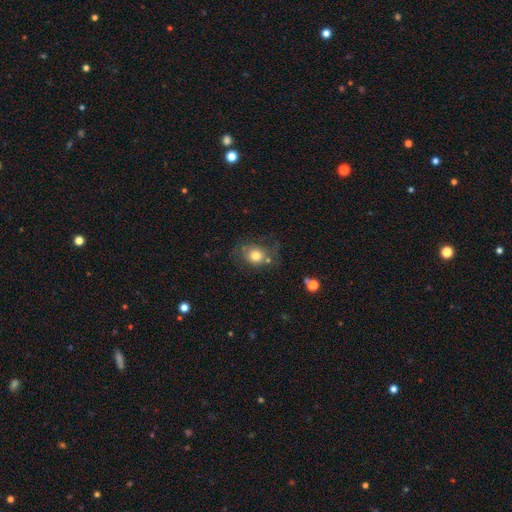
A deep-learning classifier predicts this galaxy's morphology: type=smooth (71%); roundness=round (63%); merging=none (58%).